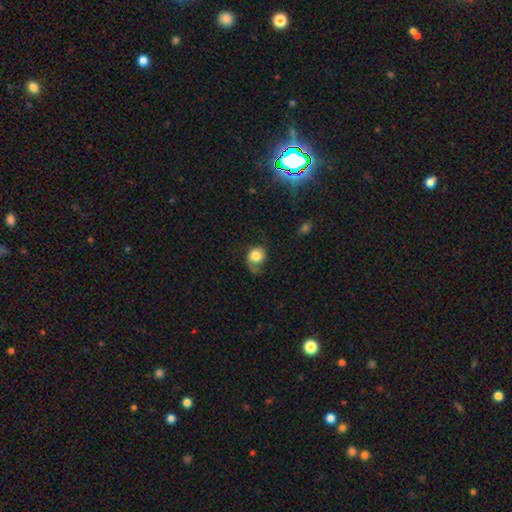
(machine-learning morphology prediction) A smooth galaxy with no disk features (77%) that is round (70%).

Vote fractions:
- Smooth or featured? smooth: 77% / featured or disk: 14% / star or artifact: 9%
- How rounded? round: 70% / in between: 29% / cigar-shaped: 1%
- Merging? none: 43% / minor disturbance: 33% / major disturbance: 22% / merger: 2%